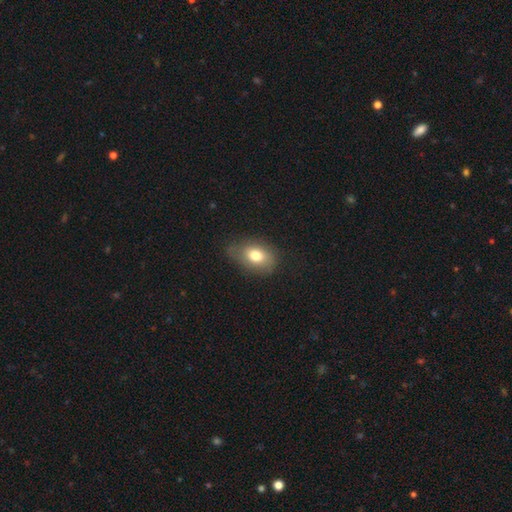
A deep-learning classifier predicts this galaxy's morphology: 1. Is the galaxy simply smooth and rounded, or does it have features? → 76% smooth, 14% featured or disk, 10% star or artifact.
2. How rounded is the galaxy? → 78% in between, 20% round, 2% cigar-shaped.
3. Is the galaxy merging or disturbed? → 64% none, 28% minor disturbance, 8% major disturbance, 1% merger.